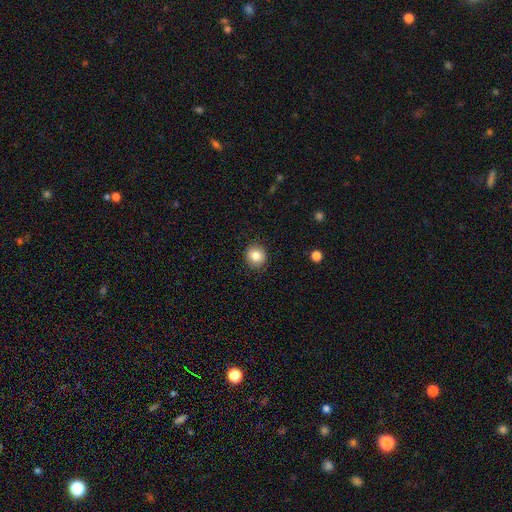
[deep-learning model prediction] smooth 83%, star or artifact 10%, featured or disk 8%. Down the decision tree: how rounded — round (89%); merging — none (91%).